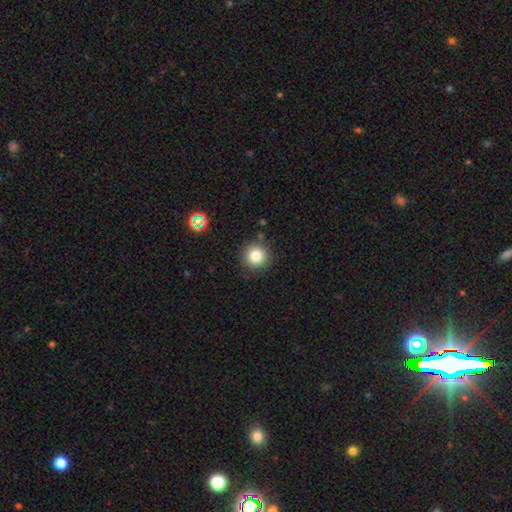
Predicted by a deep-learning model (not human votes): smooth_or_featured: smooth (p=0.82) [alt: star or artifact p=0.12]
how_rounded: round (p=0.95) [alt: in between p=0.05]
merging: none (p=0.87) [alt: minor disturbance p=0.08]